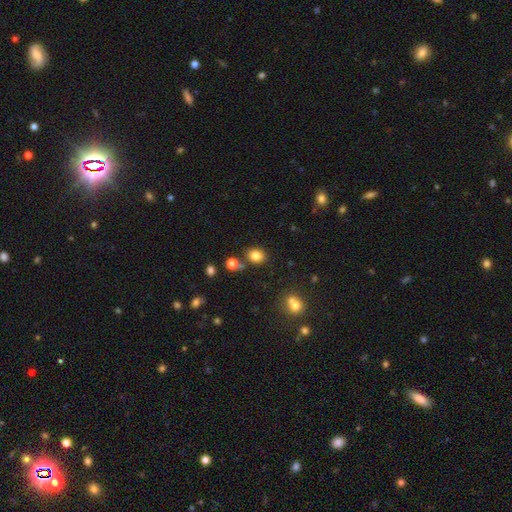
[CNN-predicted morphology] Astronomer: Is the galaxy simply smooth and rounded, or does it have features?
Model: smooth — 82%.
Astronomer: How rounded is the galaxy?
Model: round — 58% (runner-up: in between, 41%).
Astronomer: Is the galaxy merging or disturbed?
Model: none — 76%.